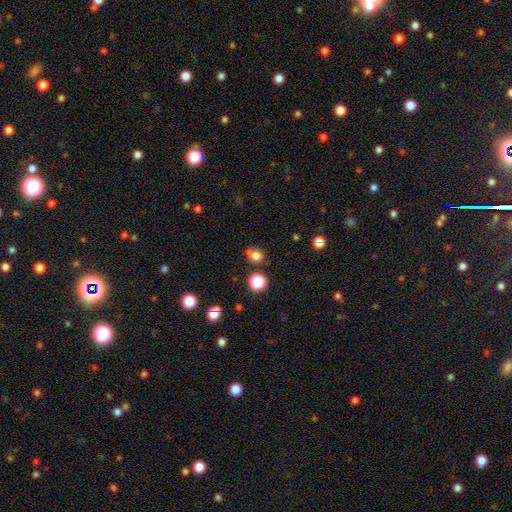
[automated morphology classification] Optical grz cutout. It shows a smooth galaxy with no disk features (53%) that is round (68%). Merging: none (64%).